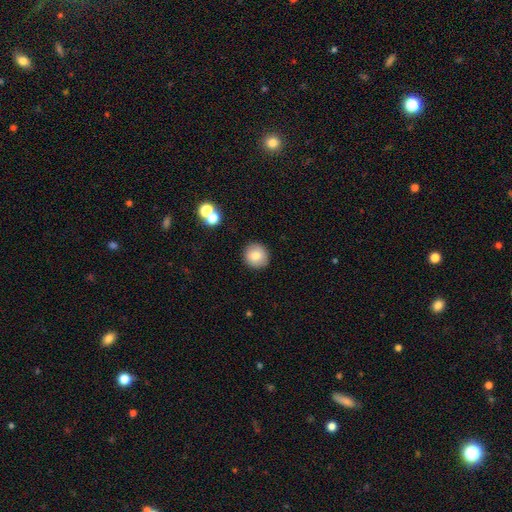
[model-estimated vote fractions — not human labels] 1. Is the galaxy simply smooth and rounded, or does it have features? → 80% smooth, 11% featured or disk, 9% star or artifact.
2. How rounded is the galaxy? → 92% round, 7% in between, 1% cigar-shaped.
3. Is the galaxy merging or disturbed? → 90% none, 6% minor disturbance, 2% merger, 2% major disturbance.